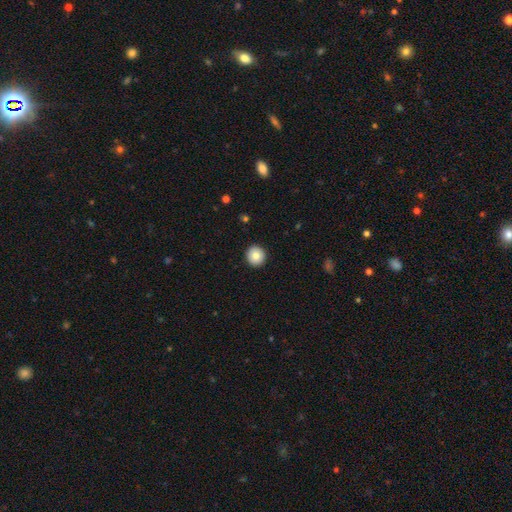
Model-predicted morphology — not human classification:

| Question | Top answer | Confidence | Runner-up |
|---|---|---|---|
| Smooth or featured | smooth | 81% | featured or disk (10%) |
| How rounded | round | 95% | in between (4%) |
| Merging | none | 93% | minor disturbance (4%) |